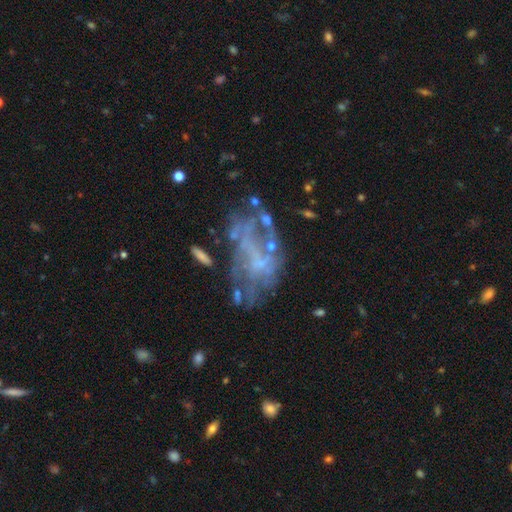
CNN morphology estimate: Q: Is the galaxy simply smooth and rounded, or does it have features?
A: featured or disk — 67%.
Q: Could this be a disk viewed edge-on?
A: no — 97%.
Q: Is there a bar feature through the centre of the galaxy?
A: no — 76%.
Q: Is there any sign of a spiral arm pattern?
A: no — 72%.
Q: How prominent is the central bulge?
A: none — 53%.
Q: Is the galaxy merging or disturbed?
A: none — 42%.